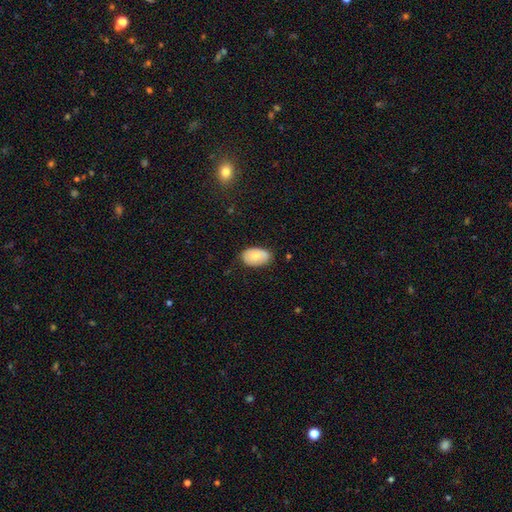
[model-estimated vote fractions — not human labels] A smooth galaxy with no disk features (76%) that is in between round and cigar-shaped (92%).

Vote fractions:
- Smooth or featured? smooth: 76% / featured or disk: 18% / star or artifact: 6%
- How rounded? in between: 92% / round: 7% / cigar-shaped: 1%
- Merging? none: 77% / minor disturbance: 19% / major disturbance: 3% / merger: 1%